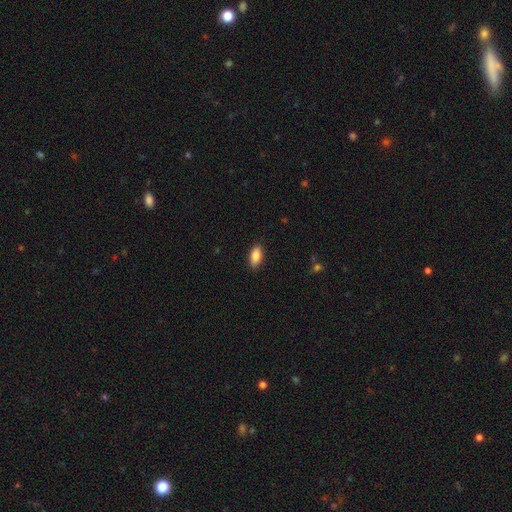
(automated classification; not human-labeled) Smooth or featured?
  - smooth: 85% *
  - featured or disk: 8%
  - star or artifact: 7%
How rounded?
  - in between: 89% *
  - cigar-shaped: 8%
  - round: 3%
Merging?
  - none: 88% *
  - minor disturbance: 9%
  - major disturbance: 2%
  - merger: 1%